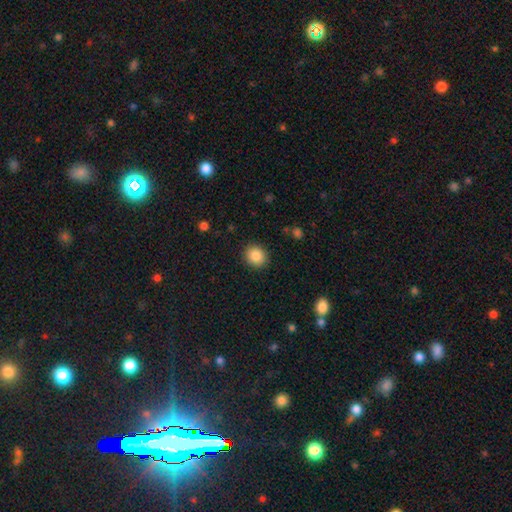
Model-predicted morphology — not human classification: smooth 87%, star or artifact 9%, featured or disk 4%. Down the decision tree: how rounded — round (78%); merging — none (90%).